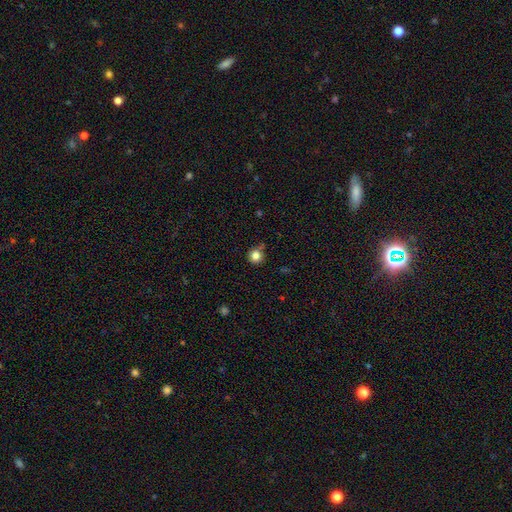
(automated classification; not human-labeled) A smooth galaxy with no disk features (82%) that is round (92%). Merging: none (74%).